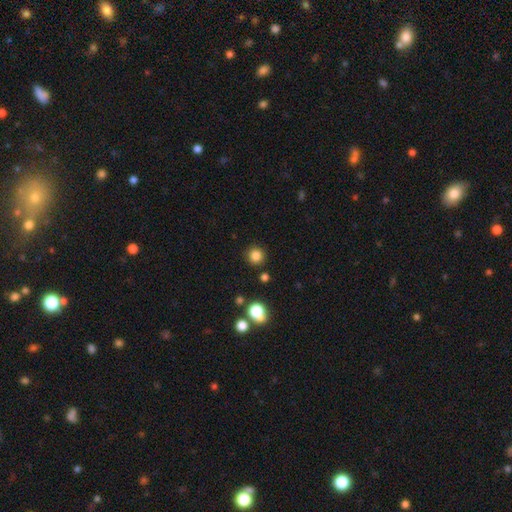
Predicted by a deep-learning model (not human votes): Overall: smooth (83%). How rounded: round (94%). Merging: none (89%).